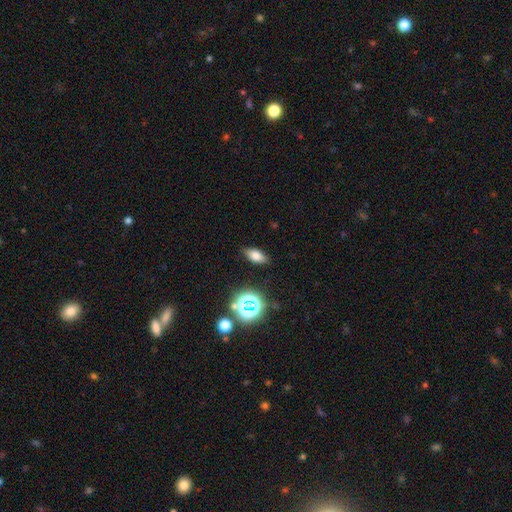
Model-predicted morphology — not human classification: Smooth or featured: smooth — 68% (star or artifact — 16%)
How rounded: in between — 81% (cigar-shaped — 11%)
Merging: none — 86% (minor disturbance — 10%)